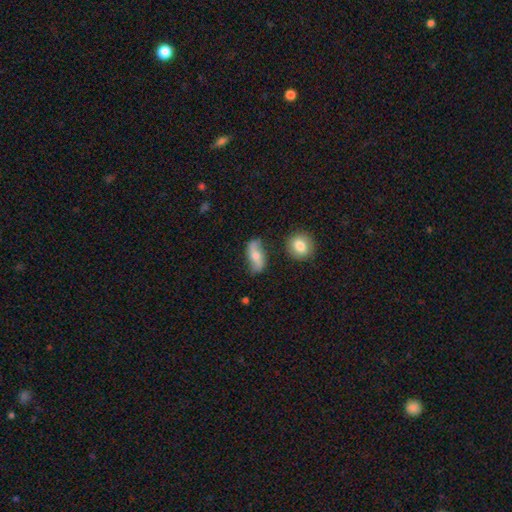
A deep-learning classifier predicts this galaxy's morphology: Overall: featured or disk (57%; smooth 36%). Edge-on disk: no (87%). Merging: none (72%).